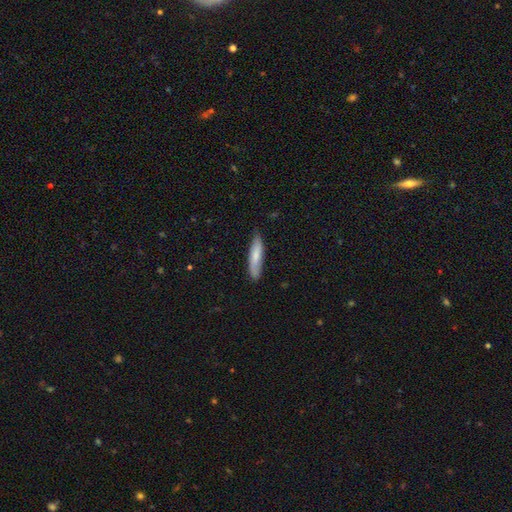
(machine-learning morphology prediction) smooth-or-featured: smooth: 74% | featured or disk: 21% | star or artifact: 5%
  how-rounded: cigar-shaped: 79% | in between: 19% | round: 1%
  merging: none: 78% | minor disturbance: 18% | major disturbance: 2% | merger: 1%